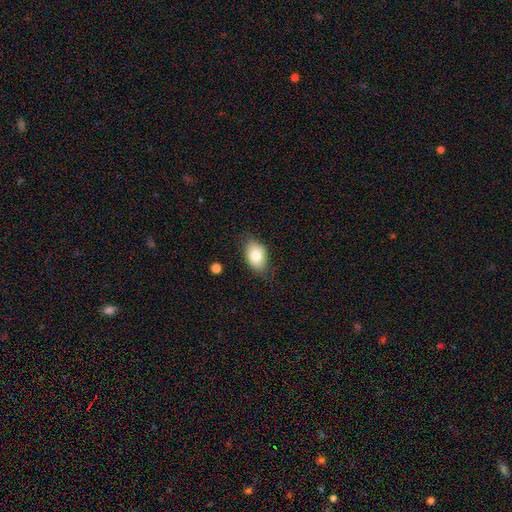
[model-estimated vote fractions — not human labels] Overall: smooth (78%). How rounded: in between (85%). Merging: none (77%).